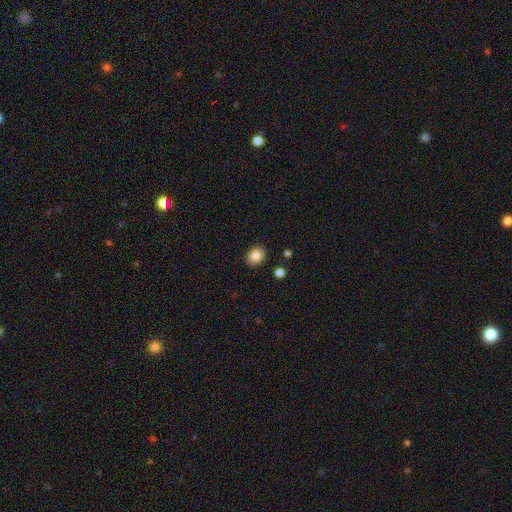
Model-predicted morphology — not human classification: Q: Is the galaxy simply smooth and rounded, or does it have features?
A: smooth — 86%.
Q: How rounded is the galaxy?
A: round — 67%.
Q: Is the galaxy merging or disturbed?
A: none — 89%.